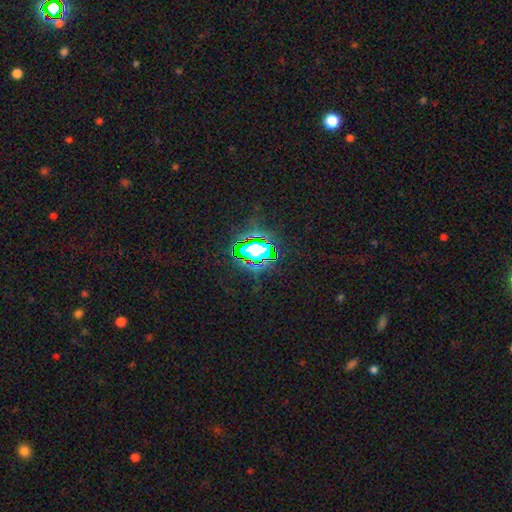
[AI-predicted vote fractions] Smooth or featured? star or artifact (78%)